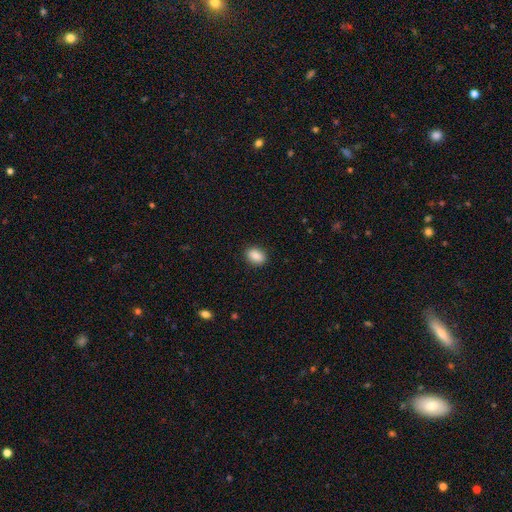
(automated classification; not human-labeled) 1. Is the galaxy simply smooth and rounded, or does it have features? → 88% smooth, 8% star or artifact, 4% featured or disk.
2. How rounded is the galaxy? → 81% in between, 17% round, 2% cigar-shaped.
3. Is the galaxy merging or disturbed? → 89% none, 8% minor disturbance, 2% major disturbance, 1% merger.